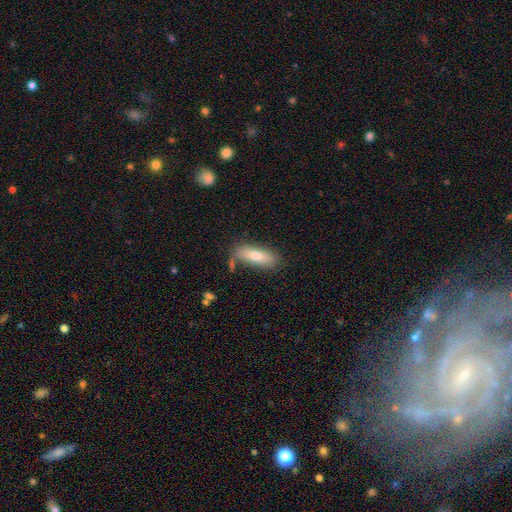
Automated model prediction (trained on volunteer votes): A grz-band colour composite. It shows a smooth galaxy with no disk features (72%) that is in between round and cigar-shaped (56%). Merging: none (70%).